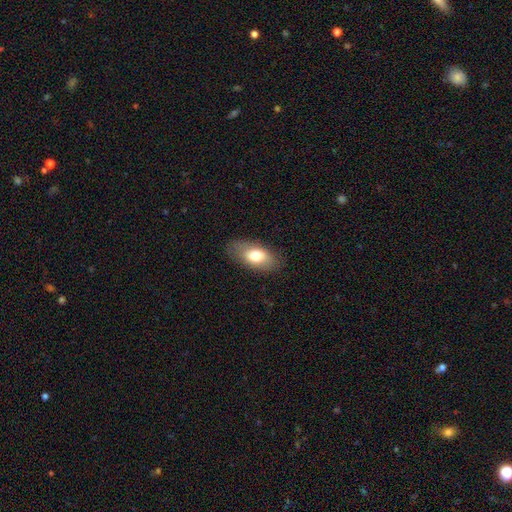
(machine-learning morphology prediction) The model was most divided on "smooth or featured": smooth: 71%, featured or disk: 22%, star or artifact: 7%. More confident: how rounded — in between (90%); merging — none (82%).